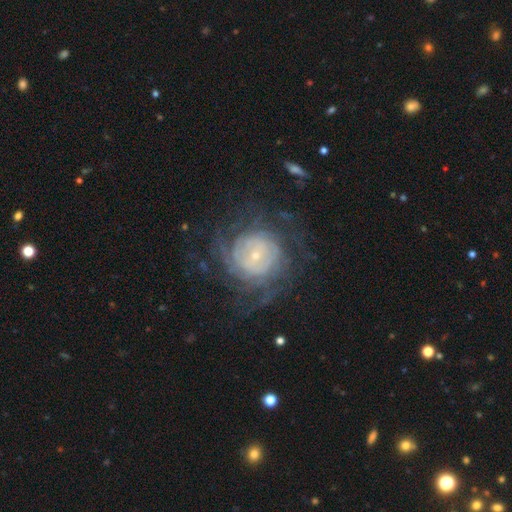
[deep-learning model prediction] smooth-or-featured: featured or disk: 80% | smooth: 12% | star or artifact: 8%
  disk-edge-on: no: 97% | yes: 3%
    bar: no: 64% | weak: 28% | strong: 7%
    has-spiral-arms: yes: 91% | no: 9%
      spiral-winding: tight: 70% | medium: 22% | loose: 8%
      spiral-arm-count: can't tell: 44% | 4: 14% | more than 4: 12% | 2: 12% | 3: 10% | 1: 6%
    bulge-size: small: 79% | moderate: 15% | large: 3% | none: 2% | dominant: 1%
  merging: none: 69% | minor disturbance: 15% | major disturbance: 15% | merger: 2%